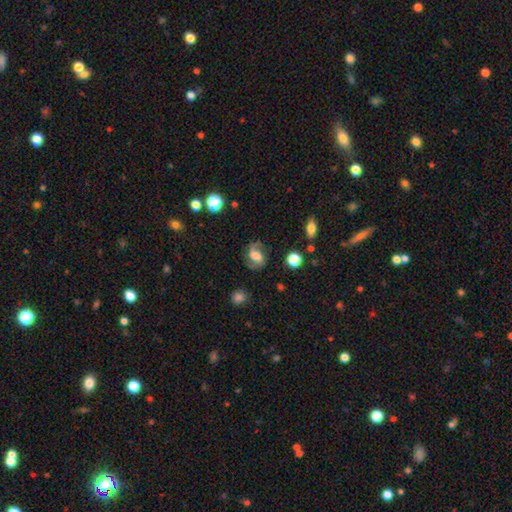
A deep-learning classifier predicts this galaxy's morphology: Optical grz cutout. It shows a featured or disk galaxy (70%) with a weak bar (45%), 2 (90%) medium (48%) spiral arms (93%) and a large central bulge (39%). Merging: none (72%).